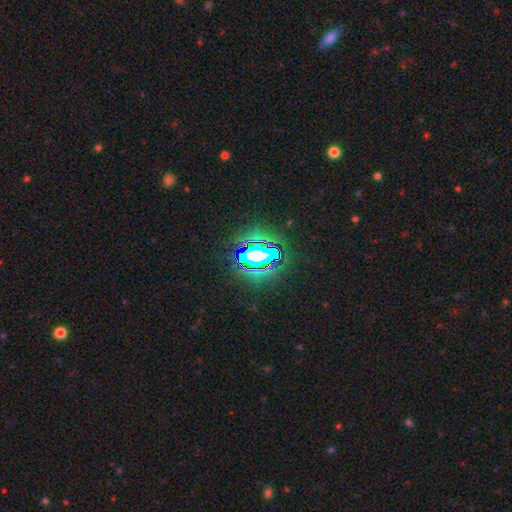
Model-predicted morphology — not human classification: A star or artifact, not a galaxy (76%).